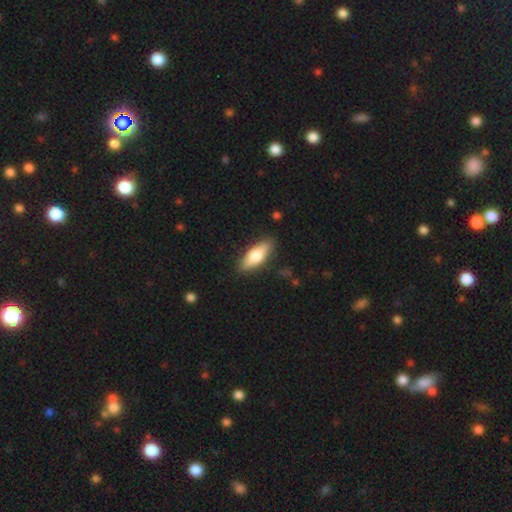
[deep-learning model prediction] Smooth or featured?
  - smooth: 64% *
  - featured or disk: 30%
  - star or artifact: 6%
How rounded?
  - in between: 62% *
  - cigar-shaped: 36%
  - round: 3%
Merging?
  - none: 86% *
  - minor disturbance: 10%
  - major disturbance: 2%
  - merger: 1%